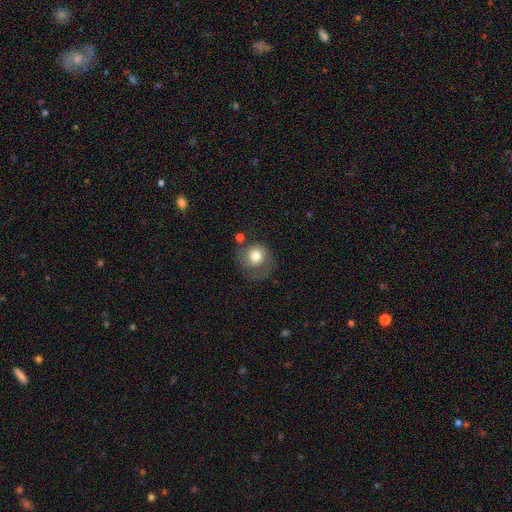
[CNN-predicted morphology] A smooth galaxy with no disk features (65%) that is round (81%). Merging: none (48%).